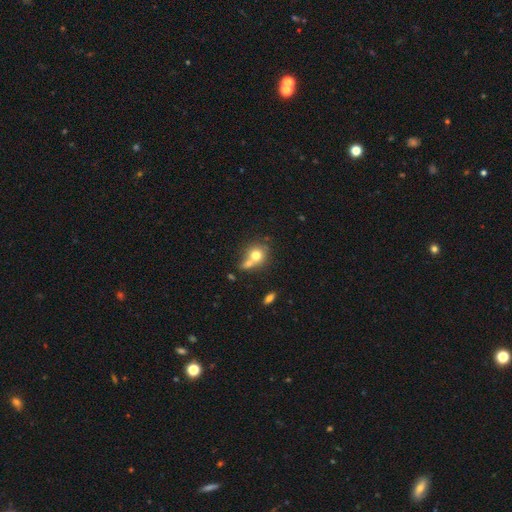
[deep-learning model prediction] smooth_or_featured: smooth (p=0.73) [alt: featured or disk p=0.16]
how_rounded: round (p=0.78) [alt: in between p=0.21]
merging: merger (p=0.45) [alt: none p=0.39]